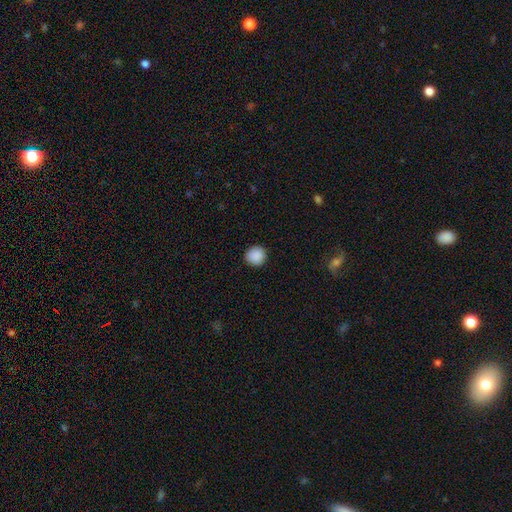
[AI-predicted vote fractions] A smooth galaxy with no disk features (90%) that is round (93%).

Vote fractions:
- Smooth or featured? smooth: 90% / star or artifact: 8% / featured or disk: 2%
- How rounded? round: 93% / in between: 6% / cigar-shaped: 1%
- Merging? none: 91% / minor disturbance: 6% / major disturbance: 2% / merger: 1%